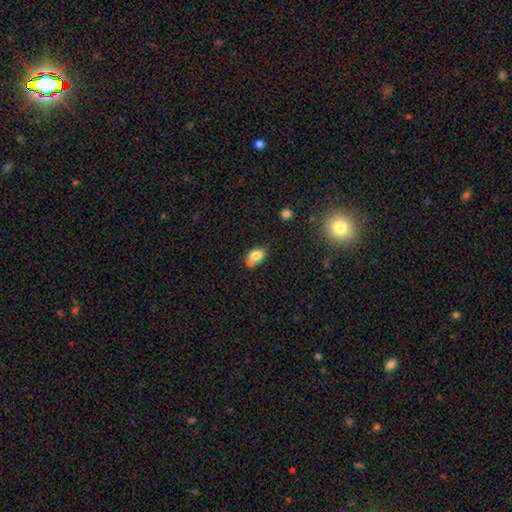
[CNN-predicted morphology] Overall: smooth (79%). How rounded: in between (77%). Merging: none (47%; merger 28%).